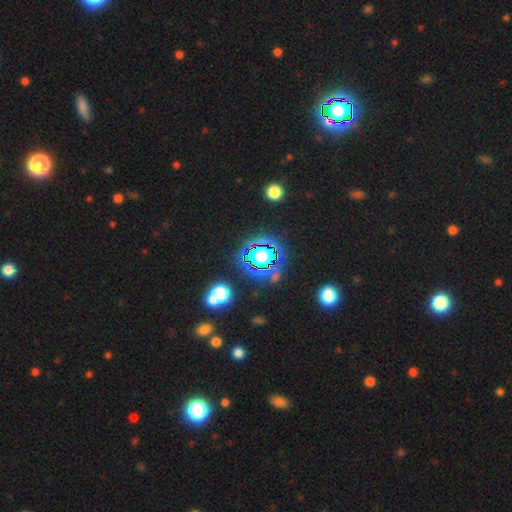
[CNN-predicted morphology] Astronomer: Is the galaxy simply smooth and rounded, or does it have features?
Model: star or artifact — 80%.